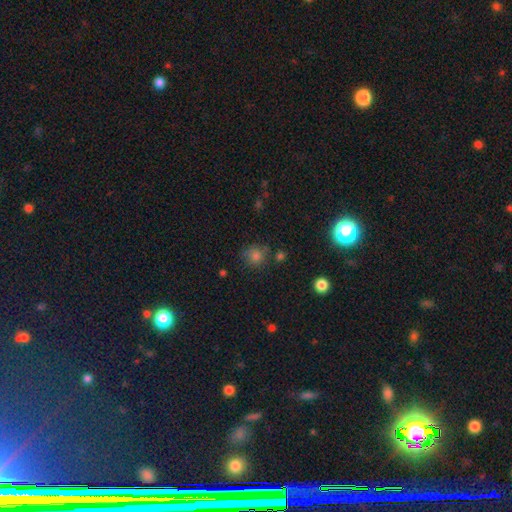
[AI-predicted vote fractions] smooth_or_featured: smooth (p=0.74) [alt: star or artifact p=0.19]
how_rounded: round (p=0.88) [alt: in between p=0.11]
merging: none (p=0.74) [alt: minor disturbance p=0.15]